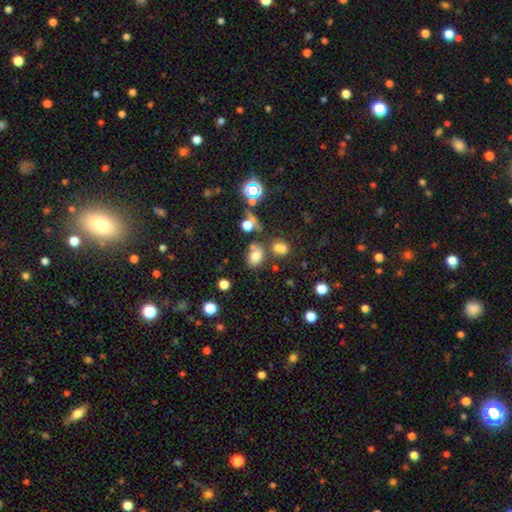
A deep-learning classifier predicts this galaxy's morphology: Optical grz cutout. It shows a smooth galaxy with no disk features (71%) that is in between round and cigar-shaped (66%). Merging: none (61%).